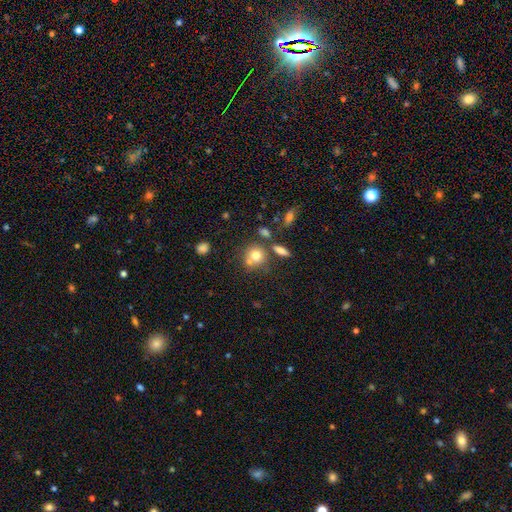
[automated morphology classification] smooth-or-featured: smooth: 74% | featured or disk: 13% | star or artifact: 12%
  how-rounded: round: 82% | in between: 17% | cigar-shaped: 1%
  merging: none: 53% | merger: 29% | minor disturbance: 12% | major disturbance: 5%